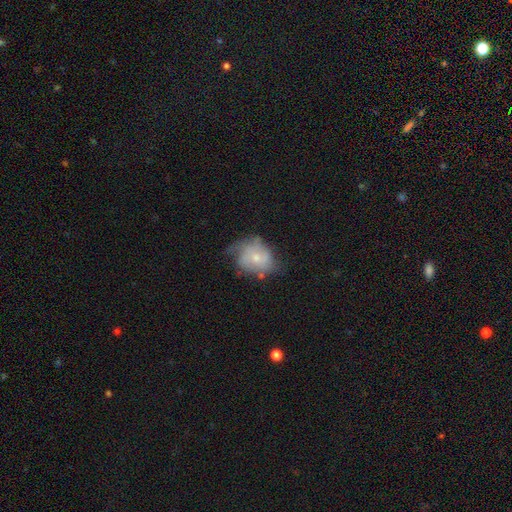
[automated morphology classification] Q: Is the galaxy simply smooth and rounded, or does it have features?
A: featured or disk — 48%.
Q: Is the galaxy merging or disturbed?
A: none — 43%.